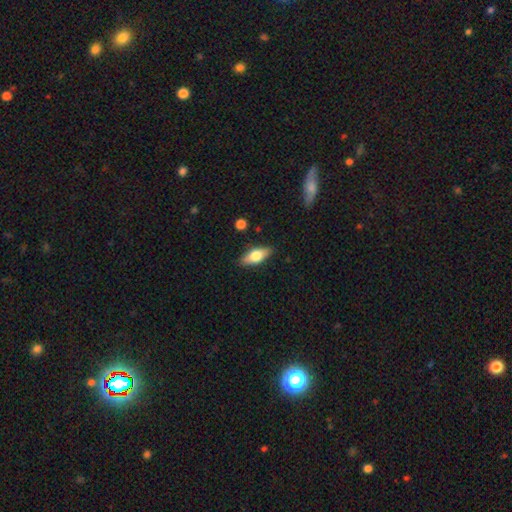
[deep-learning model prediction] Smooth or featured: smooth — 64% (featured or disk — 30%)
How rounded: in between — 76% (cigar-shaped — 20%)
Merging: none — 86% (minor disturbance — 10%)